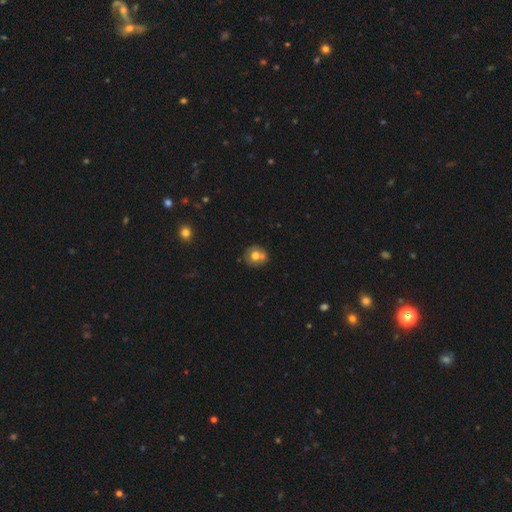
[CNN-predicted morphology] smooth 69%, featured or disk 21%, star or artifact 10%. Down the decision tree: how rounded — round (79%); merging — none (59%).